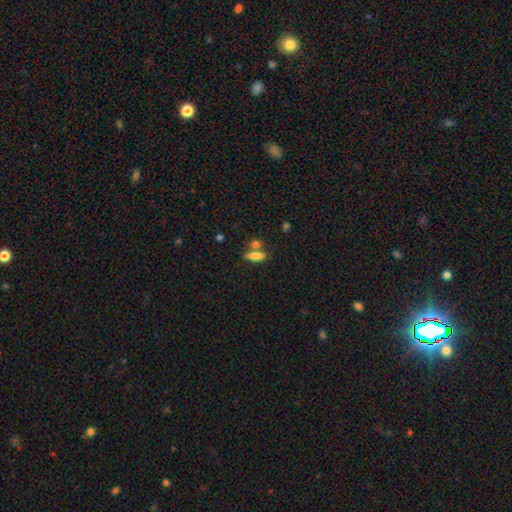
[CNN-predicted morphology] A smooth galaxy with no disk features (78%) that is in between round and cigar-shaped (57%). Merging: none (56%).